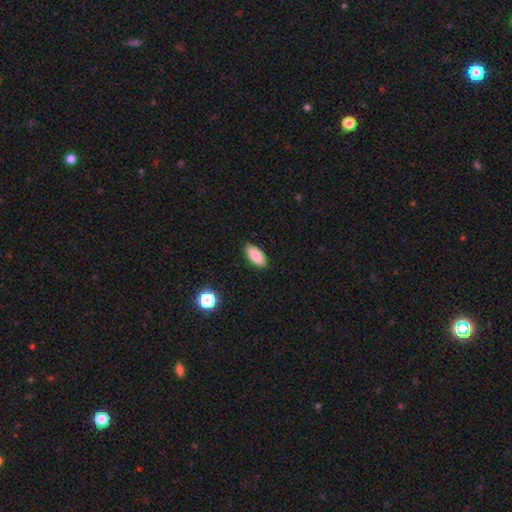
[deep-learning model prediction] Morphology: type=smooth (86%); roundness=in between (89%); merging=none (90%).